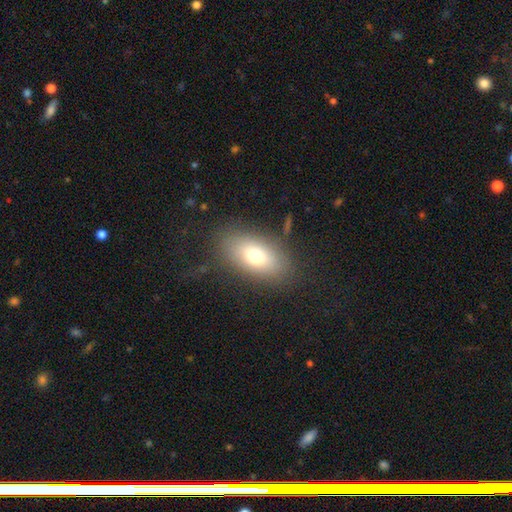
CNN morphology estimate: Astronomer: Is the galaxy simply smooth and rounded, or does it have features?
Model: smooth — 72%.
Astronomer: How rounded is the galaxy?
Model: in between — 88%.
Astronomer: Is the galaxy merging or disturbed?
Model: none — 79%.